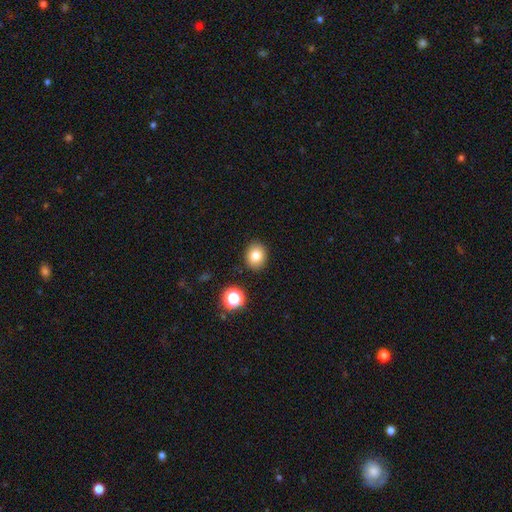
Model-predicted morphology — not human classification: Q: Smooth or featured?
A: smooth (80%); runner-up: star or artifact (12%)
Q: How rounded?
A: round (57%); runner-up: in between (42%)
Q: Merging?
A: none (88%); runner-up: minor disturbance (8%)